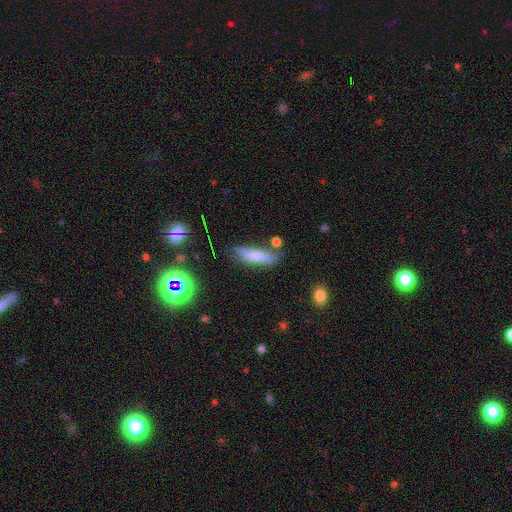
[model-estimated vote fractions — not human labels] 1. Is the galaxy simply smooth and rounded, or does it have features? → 65% smooth, 25% featured or disk, 10% star or artifact.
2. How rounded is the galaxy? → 63% cigar-shaped, 34% in between, 2% round.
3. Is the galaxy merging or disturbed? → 57% none, 27% minor disturbance, 9% major disturbance, 7% merger.